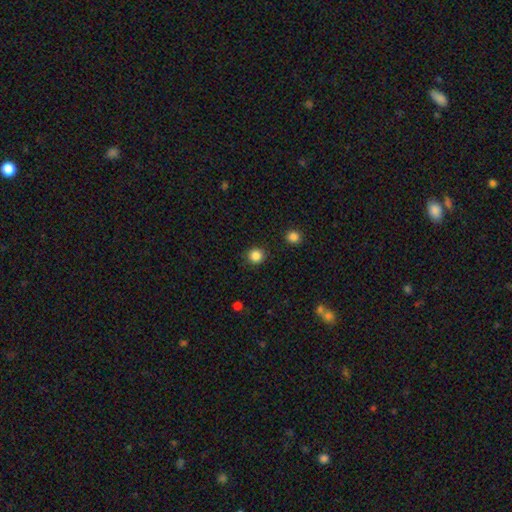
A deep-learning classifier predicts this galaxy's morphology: Smooth or featured? smooth (86%)
How rounded? round (93%)
Merging? none (91%)